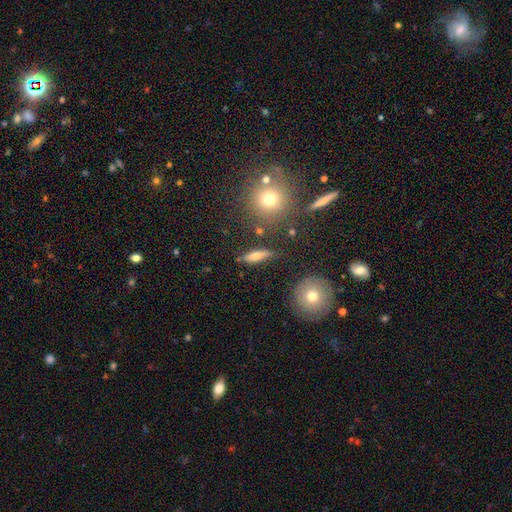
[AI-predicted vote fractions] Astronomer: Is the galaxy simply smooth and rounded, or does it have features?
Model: smooth — 53% (runner-up: featured or disk, 34%).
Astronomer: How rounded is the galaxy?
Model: cigar-shaped — 59%.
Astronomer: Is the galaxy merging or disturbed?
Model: none — 75%.